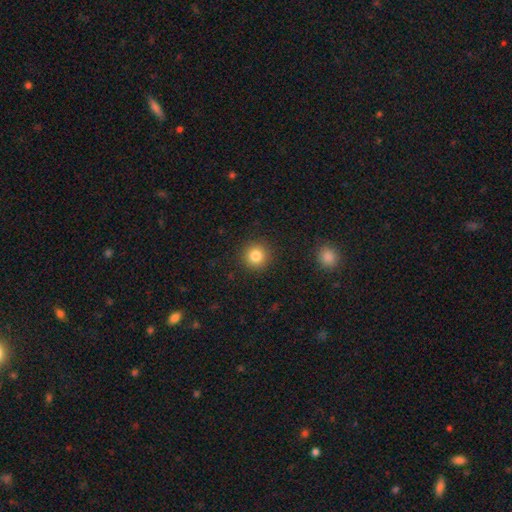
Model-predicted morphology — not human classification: Overall: smooth (83%). How rounded: round (94%). Merging: none (91%).